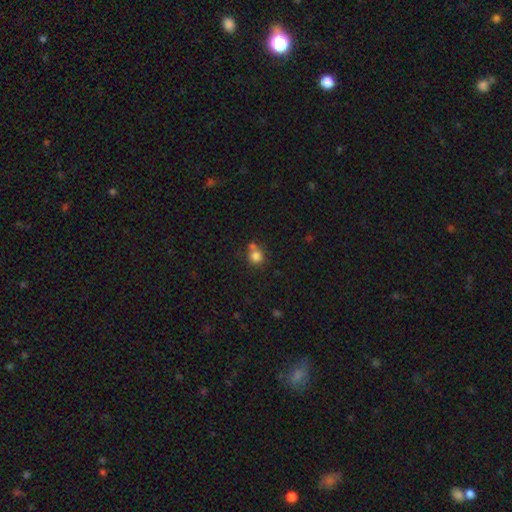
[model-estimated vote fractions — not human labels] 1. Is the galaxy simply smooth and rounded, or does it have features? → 81% smooth, 12% star or artifact, 7% featured or disk.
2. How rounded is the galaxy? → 87% round, 12% in between, 1% cigar-shaped.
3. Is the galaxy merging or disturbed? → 55% none, 29% merger, 11% minor disturbance, 4% major disturbance.